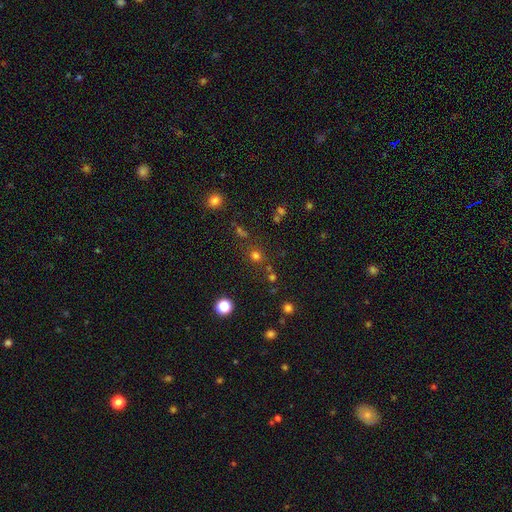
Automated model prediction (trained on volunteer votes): smooth-or-featured: smooth: 69% | star or artifact: 25% | featured or disk: 6%
  how-rounded: round: 87% | in between: 12% | cigar-shaped: 1%
  merging: none: 78% | minor disturbance: 10% | merger: 8% | major disturbance: 4%